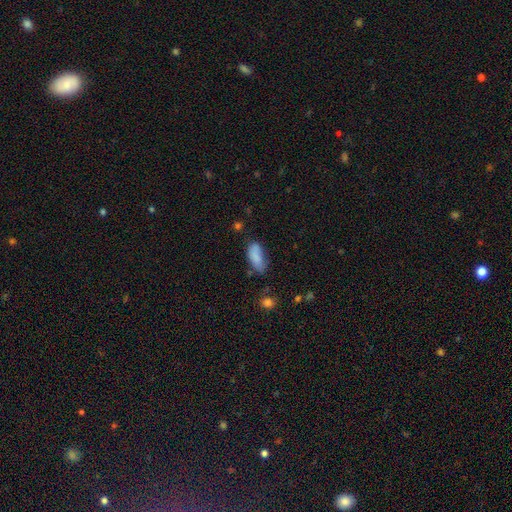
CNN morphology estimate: Smooth or featured: smooth — 85% (star or artifact — 8%)
How rounded: in between — 87% (cigar-shaped — 11%)
Merging: none — 51% (minor disturbance — 34%)